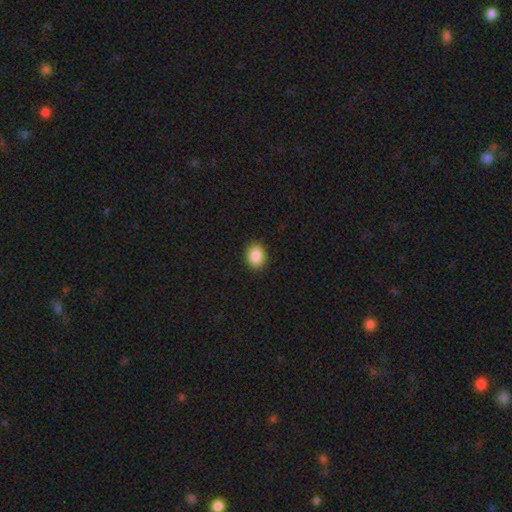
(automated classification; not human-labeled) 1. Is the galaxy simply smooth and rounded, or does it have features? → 88% smooth, 8% star or artifact, 4% featured or disk.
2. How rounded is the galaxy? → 60% in between, 39% round, 1% cigar-shaped.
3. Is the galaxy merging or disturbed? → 90% none, 7% minor disturbance, 2% major disturbance, 1% merger.